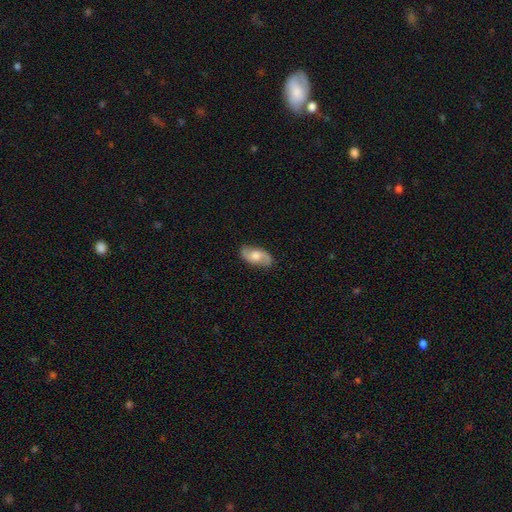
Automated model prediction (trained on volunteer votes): Smooth or featured? Predicted: featured or disk (p=0.69). Edge-on disk? Predicted: no (p=0.94). Bar? Predicted: no (p=0.61). Spiral arms? Predicted: yes (p=0.92). Spiral winding? Predicted: loose (p=0.48). Spiral arm count? Predicted: 2 (p=0.92). Bulge size? Predicted: moderate (p=0.59). Merging? Predicted: none (p=0.84).